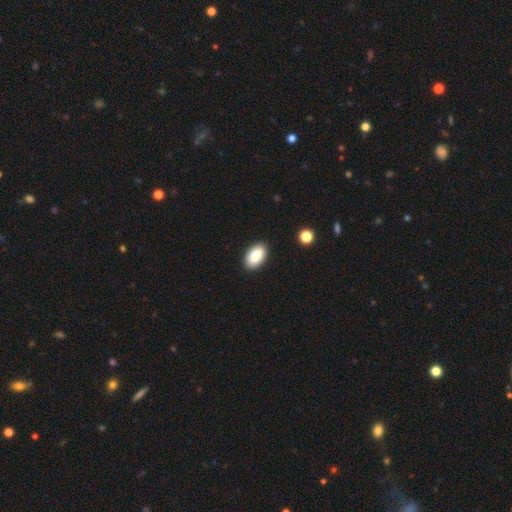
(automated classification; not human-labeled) This appears to be a smooth galaxy with no disk features (87%) that is in between round and cigar-shaped (94%). Merging: none (89%).